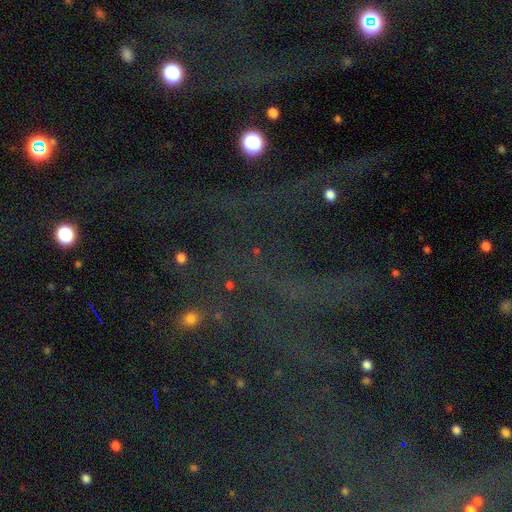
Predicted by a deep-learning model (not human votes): Morphology: type=star or artifact (77%).